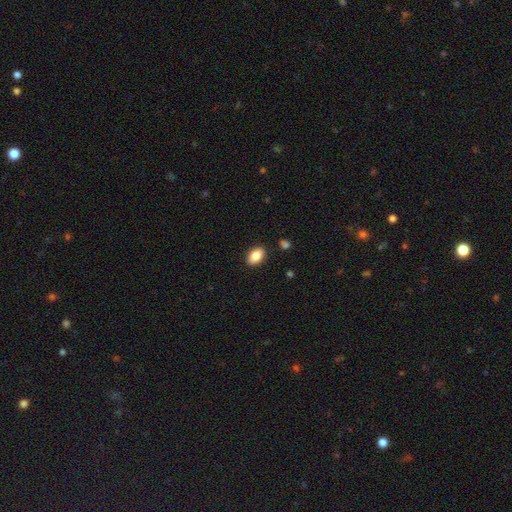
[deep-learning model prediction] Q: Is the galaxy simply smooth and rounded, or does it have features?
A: smooth — 86%.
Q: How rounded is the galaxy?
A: in between — 90%.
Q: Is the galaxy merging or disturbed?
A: none — 89%.